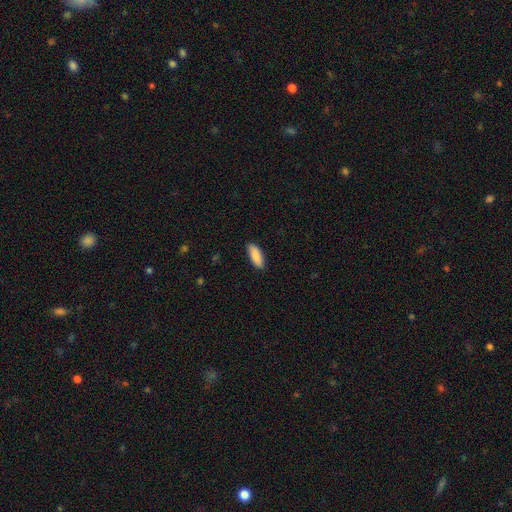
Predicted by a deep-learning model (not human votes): A smooth galaxy with no disk features (88%) that is in between round and cigar-shaped (68%).

Vote fractions:
- Smooth or featured? smooth: 88% / featured or disk: 6% / star or artifact: 6%
- How rounded? in between: 68% / cigar-shaped: 30% / round: 2%
- Merging? none: 88% / minor disturbance: 9% / major disturbance: 2% / merger: 1%